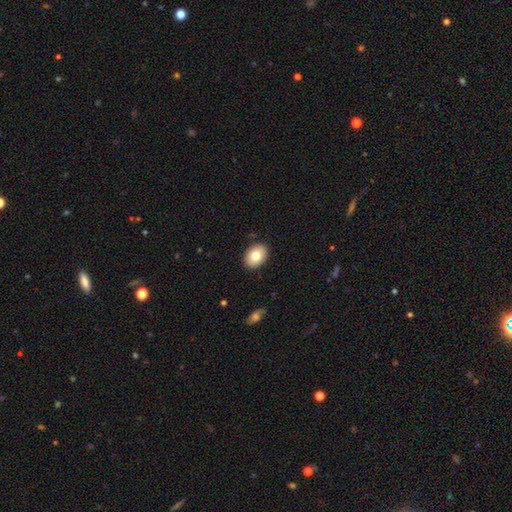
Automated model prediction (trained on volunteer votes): Smooth or featured? smooth (78%)
How rounded? in between (78%)
Merging? none (89%)